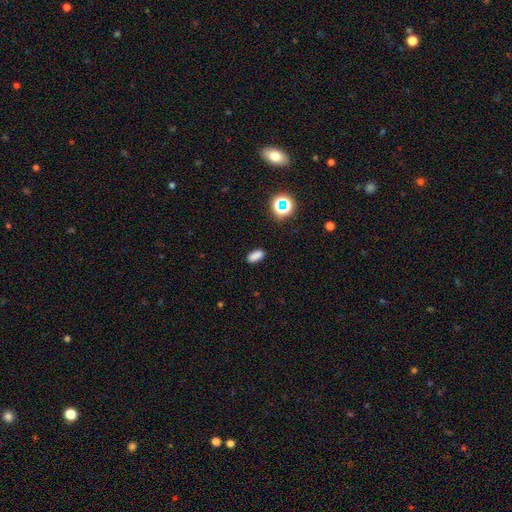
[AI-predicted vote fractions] Smooth or featured? Predicted: smooth (p=0.81). How rounded? Predicted: in between (p=0.84). Merging? Predicted: none (p=0.87).